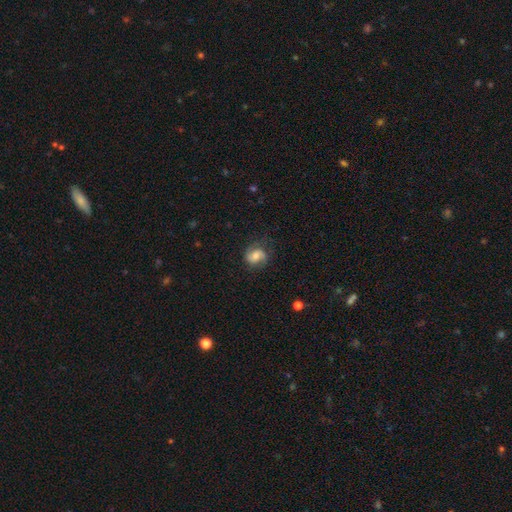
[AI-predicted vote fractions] featured or disk 53%, smooth 38%, star or artifact 9%. Down the decision tree: edge-on disk — no (97%); bar — no (52%); spiral arms — yes (89%); bulge size — moderate (52%); merging — none (68%).